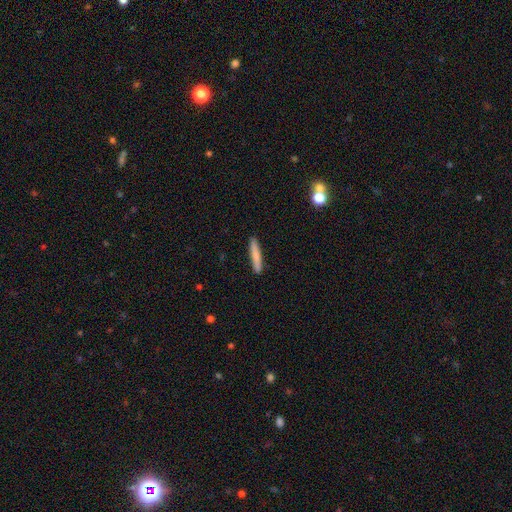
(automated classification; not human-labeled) Smooth or featured? Predicted: smooth (p=0.78). How rounded? Predicted: cigar-shaped (p=0.93). Merging? Predicted: none (p=0.90).